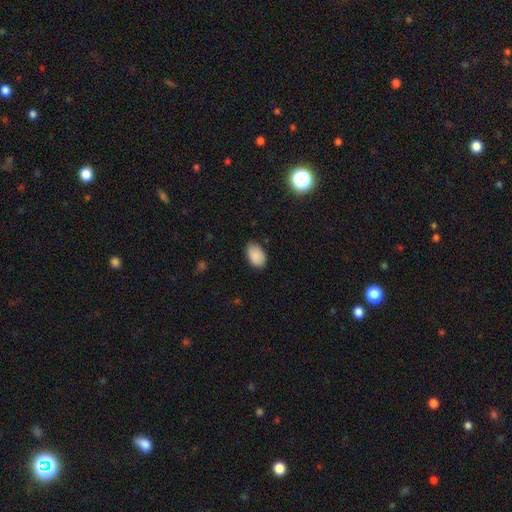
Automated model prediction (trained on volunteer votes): Overall: smooth (88%). How rounded: in between (90%). Merging: none (77%).